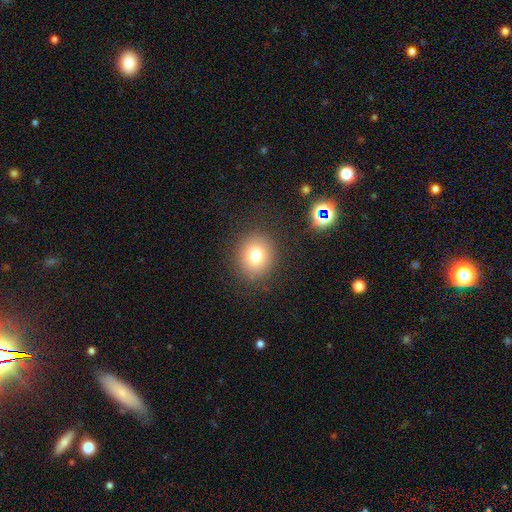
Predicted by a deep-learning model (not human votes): Smooth or featured: smooth — 78% (star or artifact — 13%)
How rounded: round — 74% (in between — 25%)
Merging: none — 87% (minor disturbance — 8%)